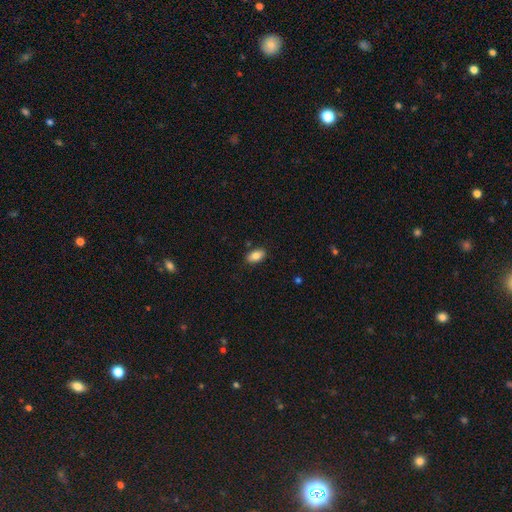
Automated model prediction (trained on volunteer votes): A smooth galaxy with no disk features (85%) that is in between round and cigar-shaped (91%).

Vote fractions:
- Smooth or featured? smooth: 85% / star or artifact: 8% / featured or disk: 8%
- How rounded? in between: 91% / round: 7% / cigar-shaped: 2%
- Merging? none: 86% / minor disturbance: 10% / major disturbance: 2% / merger: 1%